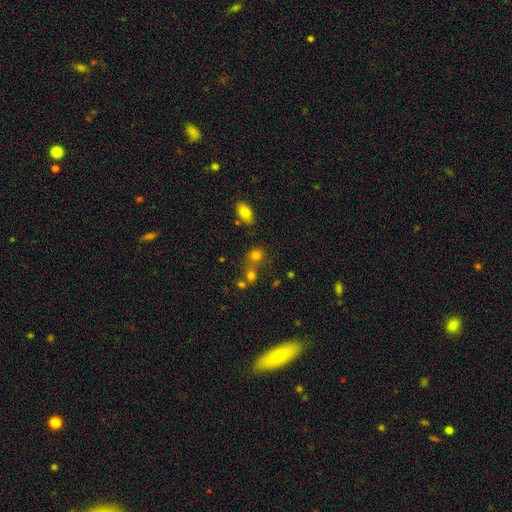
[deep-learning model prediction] smooth 76%, star or artifact 15%, featured or disk 9%. Down the decision tree: how rounded — round (72%); merging — none (50%).